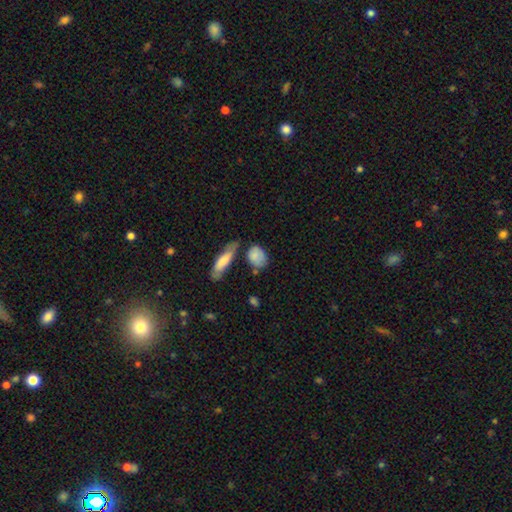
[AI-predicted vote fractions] Overall: smooth (76%). How rounded: in between (66%; round 28%). Merging: none (52%; minor disturbance 26%).